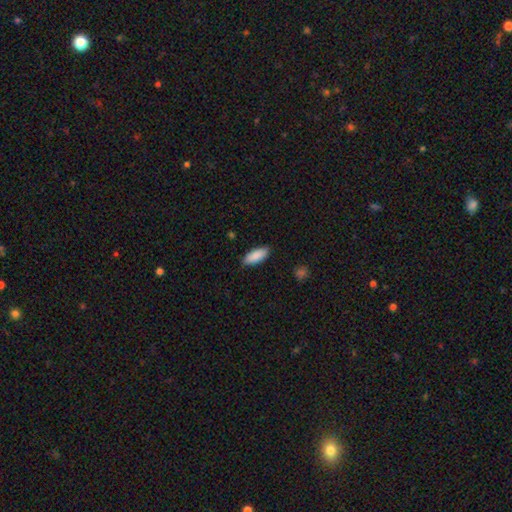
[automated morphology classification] This is clearly a smooth galaxy (90%). How rounded: likely in between (79%). Merging: clearly none (86%).